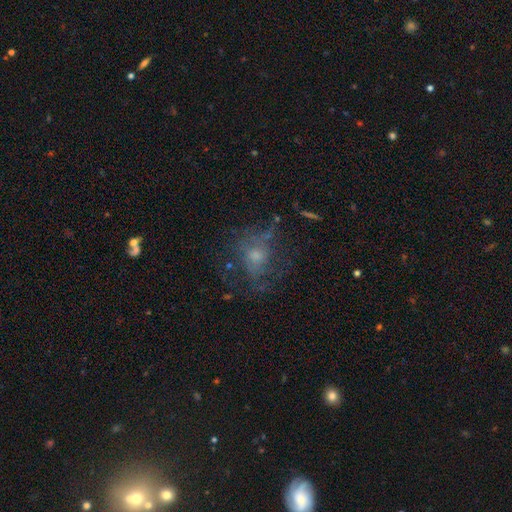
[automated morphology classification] Smooth or featured? featured or disk (47%)
Merging? none (54%)